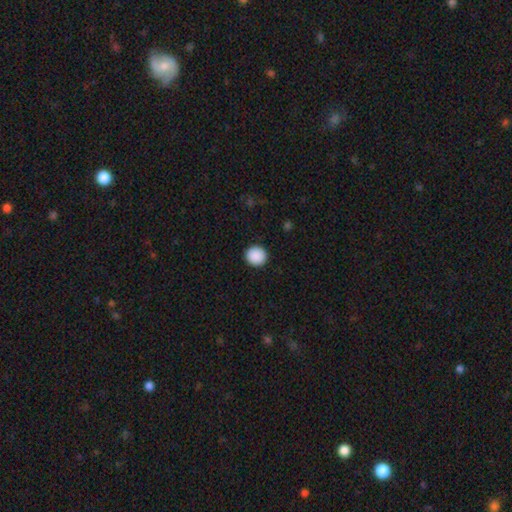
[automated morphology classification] type=smooth (90%); roundness=round (92%); merging=none (93%).